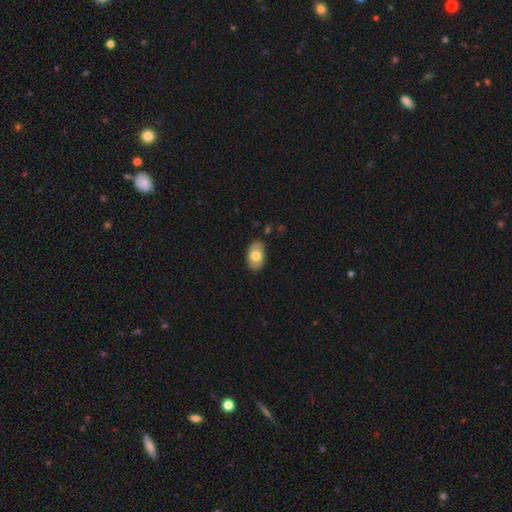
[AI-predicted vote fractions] Overall: smooth (72%). How rounded: in between (92%). Merging: none (85%).